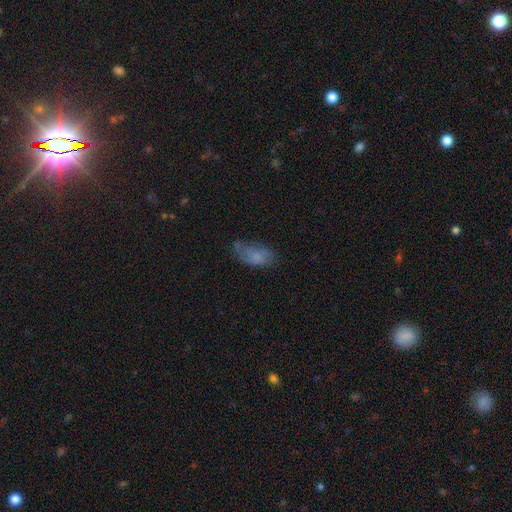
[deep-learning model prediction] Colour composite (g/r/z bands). It shows a smooth galaxy with no disk features (59%) that is in between round and cigar-shaped (90%). Merging: none (46%).